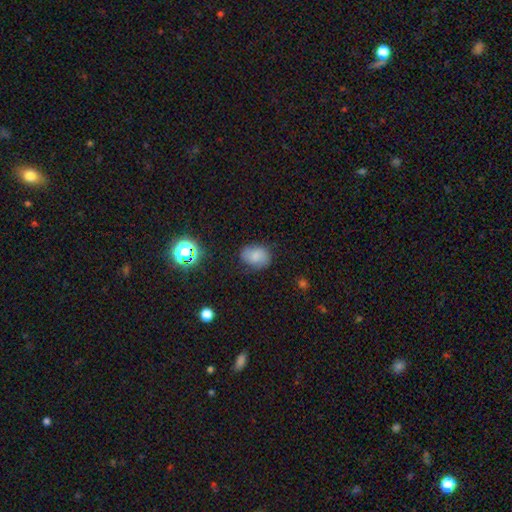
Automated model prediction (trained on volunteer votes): Smooth or featured? Predicted: smooth (p=0.72). How rounded? Predicted: in between (p=0.63). Merging? Predicted: none (p=0.75).